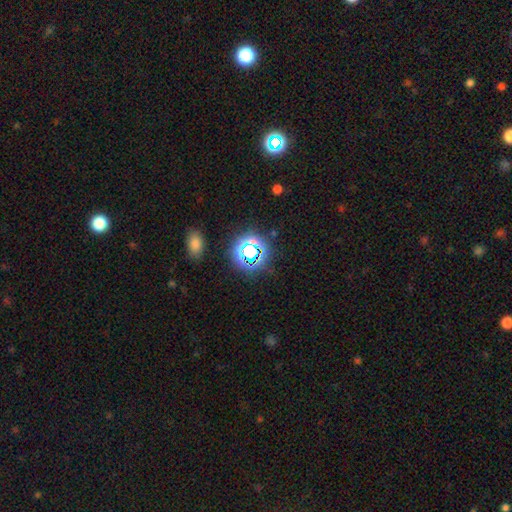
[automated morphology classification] type=star or artifact (66%).